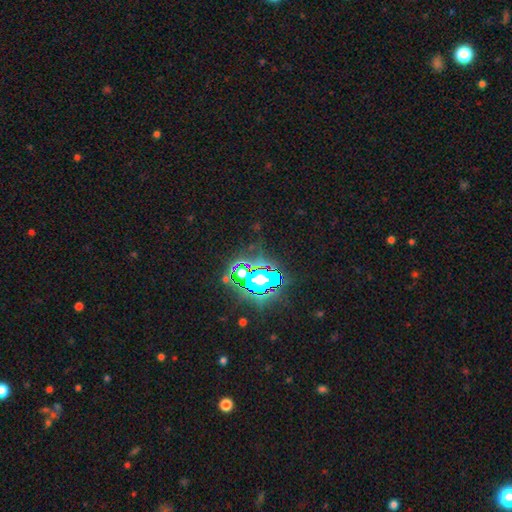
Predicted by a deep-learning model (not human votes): Smooth or featured: star or artifact — 84% (smooth — 10%)